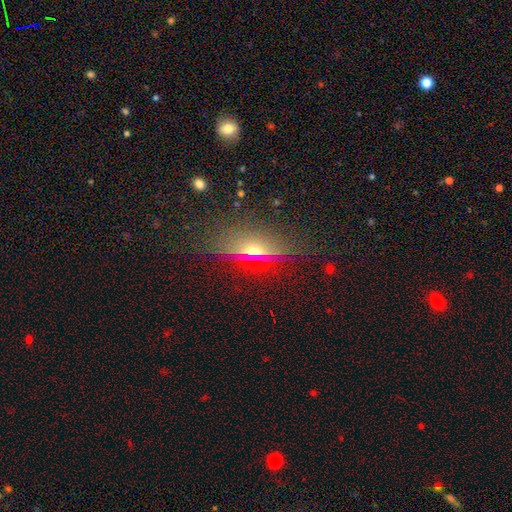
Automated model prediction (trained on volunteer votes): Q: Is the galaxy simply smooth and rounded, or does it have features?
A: smooth — 45%.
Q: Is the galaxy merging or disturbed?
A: none — 84%.